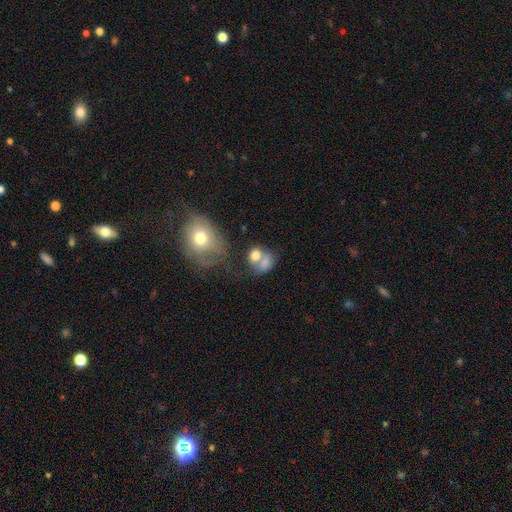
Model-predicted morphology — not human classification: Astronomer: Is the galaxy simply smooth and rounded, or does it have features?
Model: smooth — 70%.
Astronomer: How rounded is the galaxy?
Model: round — 51% (runner-up: in between, 47%).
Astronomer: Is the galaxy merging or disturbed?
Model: merger — 47% (runner-up: none, 30%).